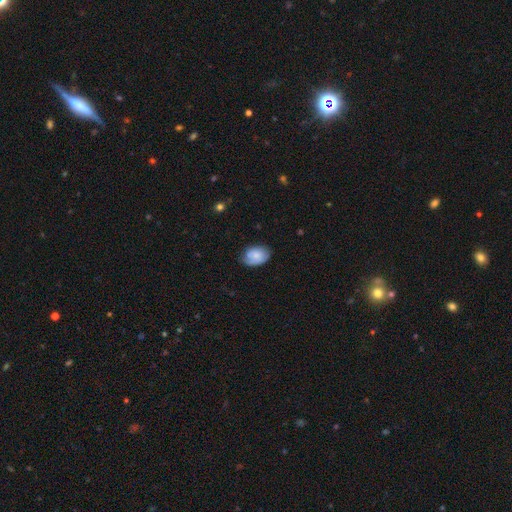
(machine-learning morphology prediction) A smooth galaxy with no disk features (67%) that is in between round and cigar-shaped (82%).

Vote fractions:
- Smooth or featured? smooth: 67% / featured or disk: 26% / star or artifact: 7%
- How rounded? in between: 82% / round: 17% / cigar-shaped: 1%
- Merging? none: 64% / minor disturbance: 27% / major disturbance: 7% / merger: 2%